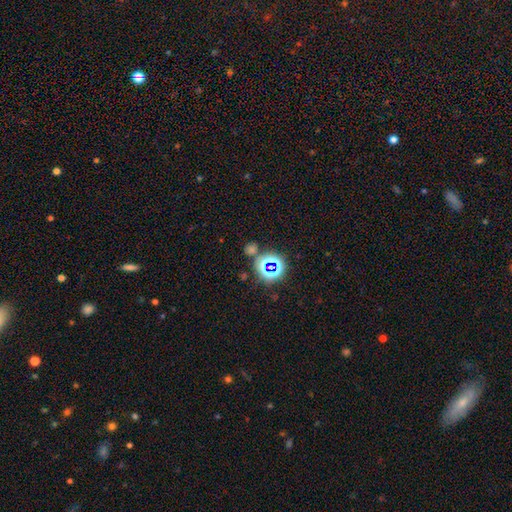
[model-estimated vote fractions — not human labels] This is likely a star or artifact rather than a galaxy (74%).